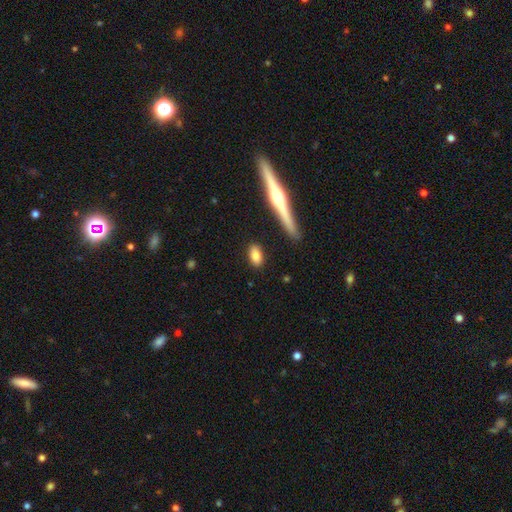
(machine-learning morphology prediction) The model was most divided on "smooth or featured": smooth: 79%, featured or disk: 13%, star or artifact: 7%. More confident: merging — none (86%); how rounded — in between (82%).